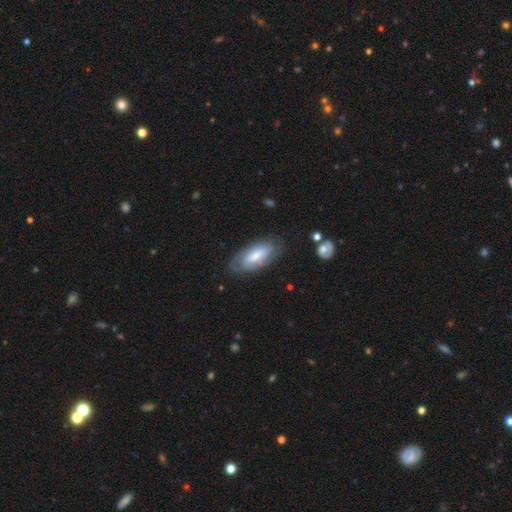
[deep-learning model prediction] A smooth galaxy with no disk features (53%) that is in between round and cigar-shaped (86%). Merging: none (75%).